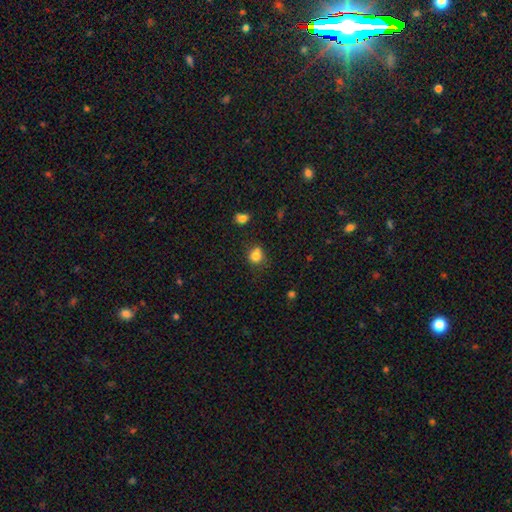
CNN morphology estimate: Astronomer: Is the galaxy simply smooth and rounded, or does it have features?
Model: smooth — 81%.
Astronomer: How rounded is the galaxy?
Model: round — 74%.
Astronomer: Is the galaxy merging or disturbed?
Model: none — 57%.